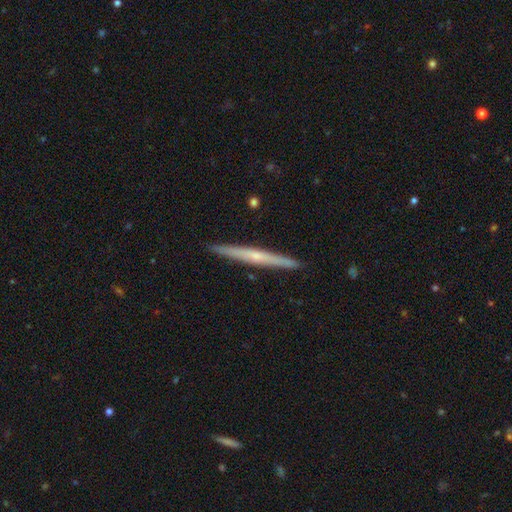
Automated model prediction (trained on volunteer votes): Q: Smooth or featured?
A: featured or disk (61%); runner-up: smooth (33%)
Q: Edge-on disk?
A: yes (98%); runner-up: no (2%)
Q: Edge-on bulge?
A: none (49%); runner-up: rounded (46%)
Q: Merging?
A: none (92%); runner-up: minor disturbance (6%)